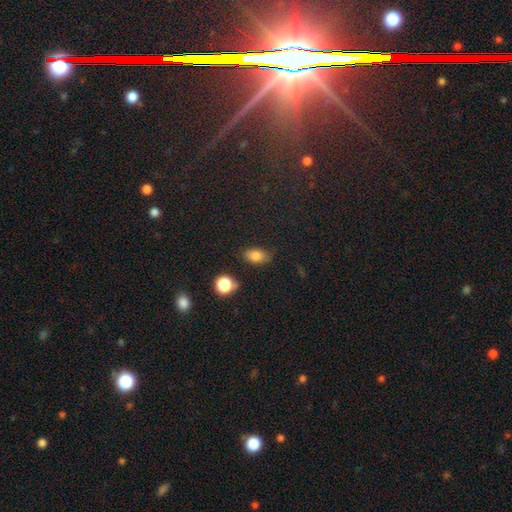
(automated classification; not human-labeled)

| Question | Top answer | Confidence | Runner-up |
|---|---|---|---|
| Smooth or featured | smooth | 81% | star or artifact (12%) |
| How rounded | in between | 85% | round (12%) |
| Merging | none | 78% | minor disturbance (15%) |